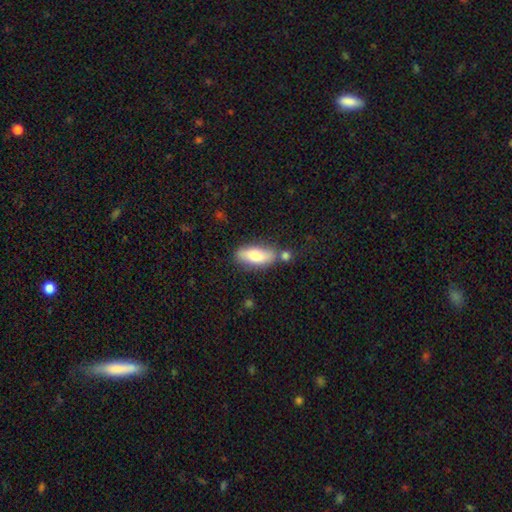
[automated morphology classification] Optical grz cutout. It shows a smooth galaxy with no disk features (77%) that is in between round and cigar-shaped (72%). Merging: none (63%).